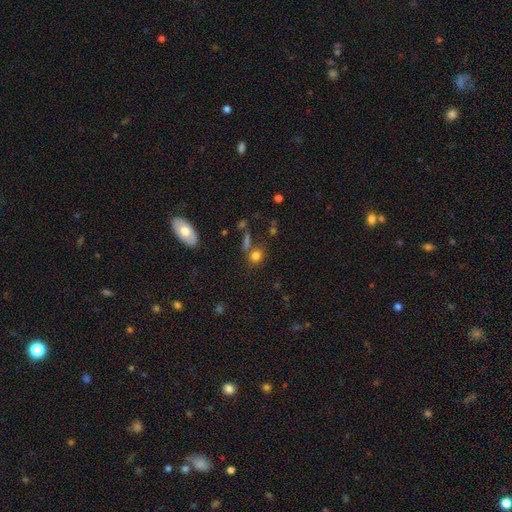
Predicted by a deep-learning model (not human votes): Q: Smooth or featured?
A: smooth (79%); runner-up: star or artifact (13%)
Q: How rounded?
A: round (62%); runner-up: in between (35%)
Q: Merging?
A: none (64%); runner-up: merger (18%)